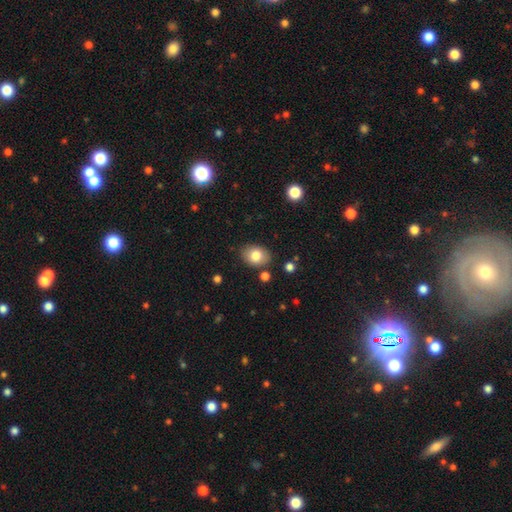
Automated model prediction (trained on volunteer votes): smooth-or-featured: smooth: 81% | featured or disk: 11% | star or artifact: 9%
  how-rounded: in between: 70% | round: 29% | cigar-shaped: 1%
  merging: none: 83% | minor disturbance: 11% | merger: 3% | major disturbance: 3%